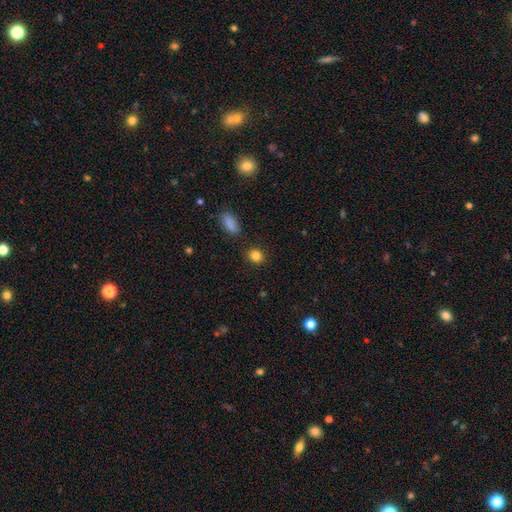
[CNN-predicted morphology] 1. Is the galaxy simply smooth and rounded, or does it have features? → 84% smooth, 11% star or artifact, 5% featured or disk.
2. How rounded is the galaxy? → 75% round, 24% in between, 1% cigar-shaped.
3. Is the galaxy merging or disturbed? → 87% none, 8% minor disturbance, 3% merger, 2% major disturbance.